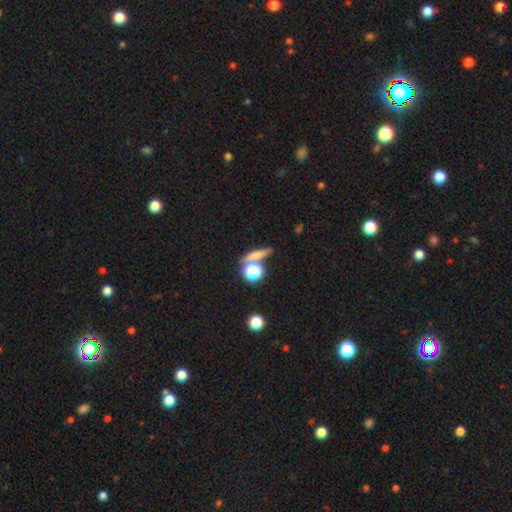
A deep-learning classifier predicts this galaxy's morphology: This appears to be a smooth galaxy with no disk features (60%) that is cigar-shaped (42%). Merging: none (70%).